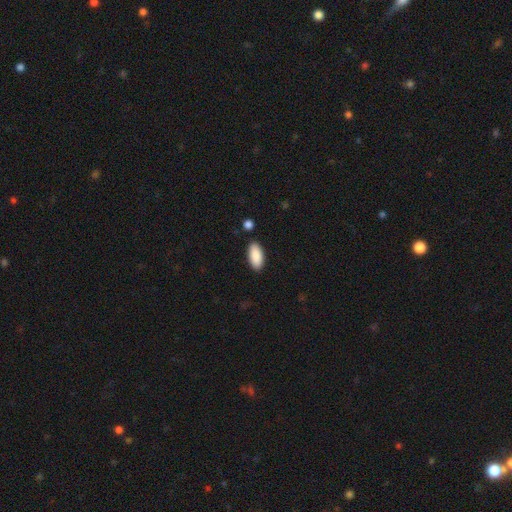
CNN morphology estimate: The model was most divided on "merging": none: 86%, minor disturbance: 9%, merger: 3%, major disturbance: 2%. More confident: how rounded — in between (90%); smooth or featured — smooth (90%).